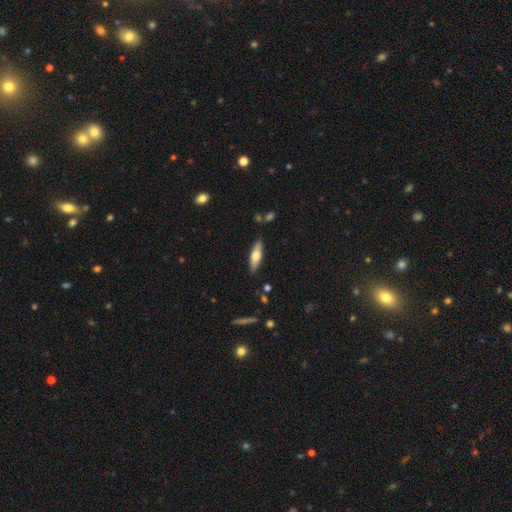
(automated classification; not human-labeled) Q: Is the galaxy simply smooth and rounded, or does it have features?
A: smooth — 53%.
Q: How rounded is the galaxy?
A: cigar-shaped — 61%.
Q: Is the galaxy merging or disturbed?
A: none — 87%.